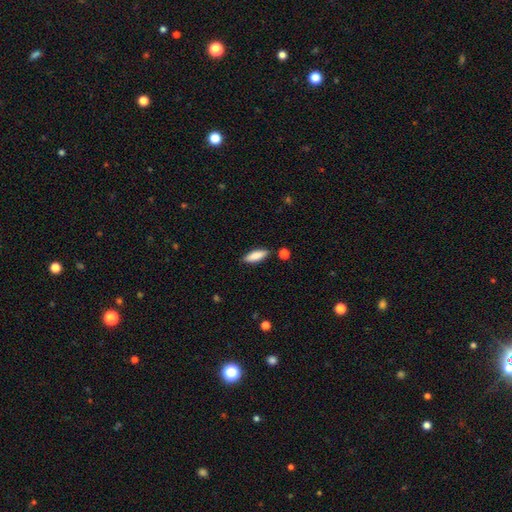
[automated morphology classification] The model was most divided on "how rounded": in between: 55%, cigar-shaped: 43%, round: 2%. More confident: smooth or featured — smooth (85%); merging — none (84%).